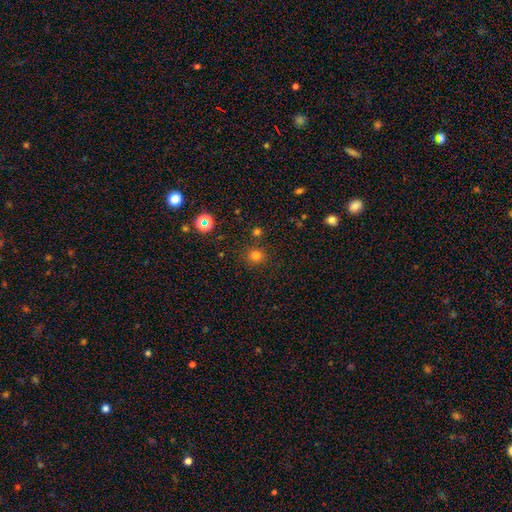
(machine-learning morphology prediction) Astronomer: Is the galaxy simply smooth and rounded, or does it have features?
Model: smooth — 75%.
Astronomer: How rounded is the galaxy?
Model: round — 90%.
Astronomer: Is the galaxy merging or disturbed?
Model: none — 85%.